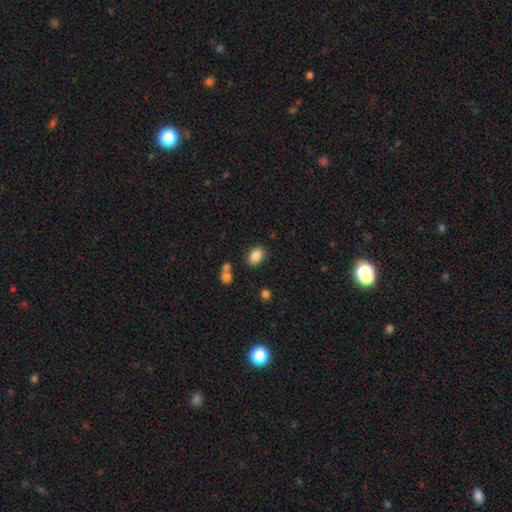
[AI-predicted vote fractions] smooth 86%, star or artifact 9%, featured or disk 5%. Down the decision tree: how rounded — in between (75%); merging — none (80%).